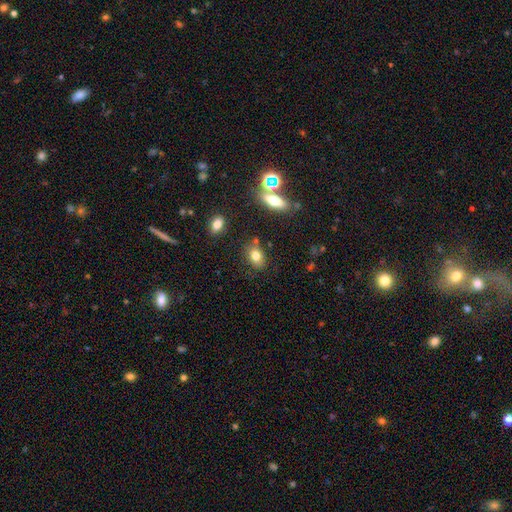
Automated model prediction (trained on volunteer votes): Smooth or featured? Predicted: smooth (p=0.78). How rounded? Predicted: in between (p=0.76). Merging? Predicted: none (p=0.75).